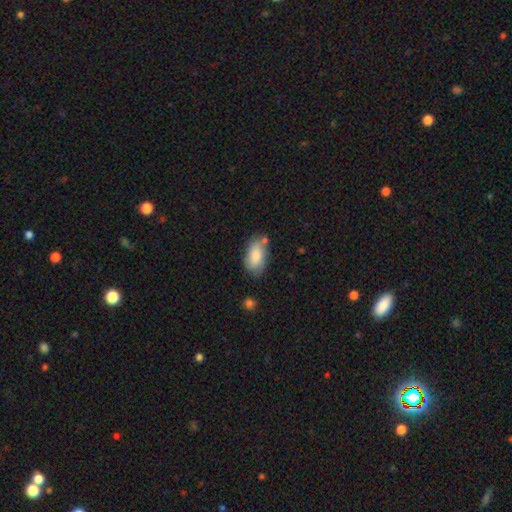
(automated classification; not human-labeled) Q: Smooth or featured?
A: smooth (80%); runner-up: featured or disk (14%)
Q: How rounded?
A: in between (93%); runner-up: round (4%)
Q: Merging?
A: none (65%); runner-up: minor disturbance (22%)